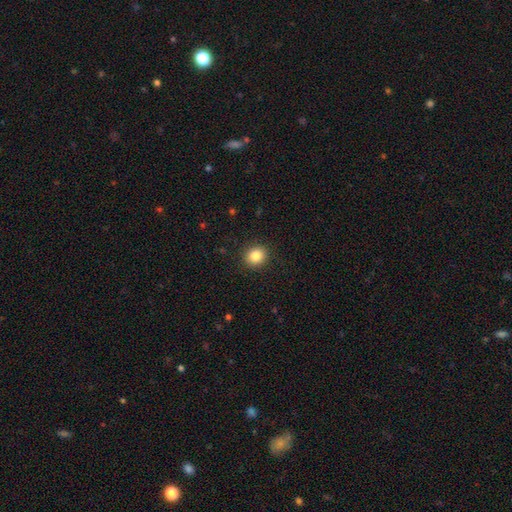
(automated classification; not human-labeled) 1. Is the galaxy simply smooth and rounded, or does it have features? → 84% smooth, 10% star or artifact, 6% featured or disk.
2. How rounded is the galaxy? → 80% round, 19% in between, 1% cigar-shaped.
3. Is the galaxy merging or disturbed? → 91% none, 6% minor disturbance, 2% major disturbance, 1% merger.